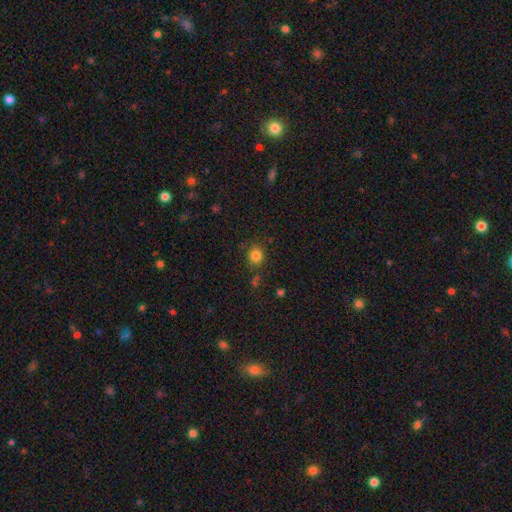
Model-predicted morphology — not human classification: Smooth or featured?
  - smooth: 82% *
  - star or artifact: 13%
  - featured or disk: 5%
How rounded?
  - round: 79% *
  - in between: 21%
  - cigar-shaped: 1%
Merging?
  - none: 81% *
  - minor disturbance: 11%
  - merger: 4%
  - major disturbance: 4%